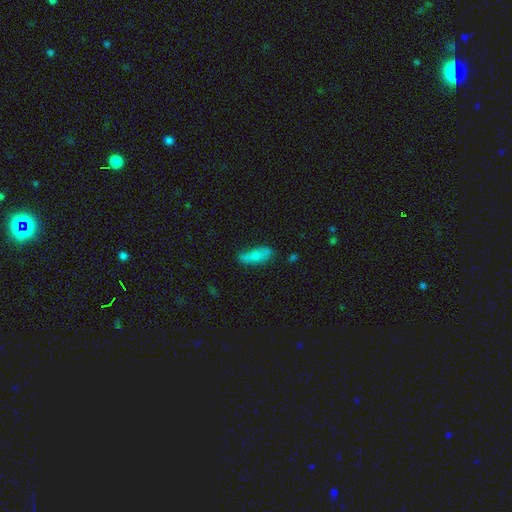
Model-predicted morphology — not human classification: A smooth galaxy with no disk features (70%) that is in between round and cigar-shaped (60%).

Vote fractions:
- Smooth or featured? smooth: 70% / featured or disk: 22% / star or artifact: 7%
- How rounded? in between: 60% / cigar-shaped: 37% / round: 3%
- Merging? none: 59% / minor disturbance: 28% / major disturbance: 8% / merger: 5%